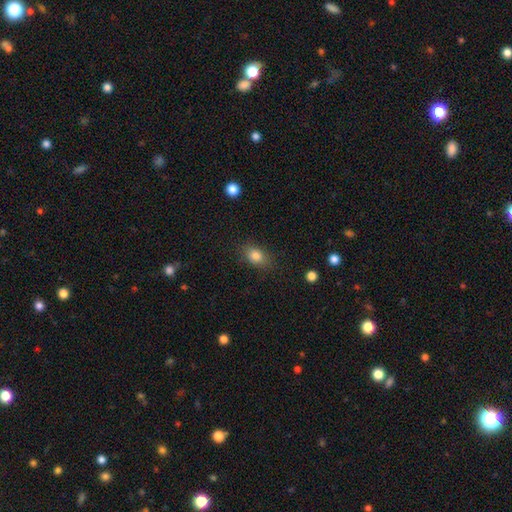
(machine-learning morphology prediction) Smooth or featured? Predicted: smooth (p=0.82). How rounded? Predicted: in between (p=0.73). Merging? Predicted: none (p=0.82).